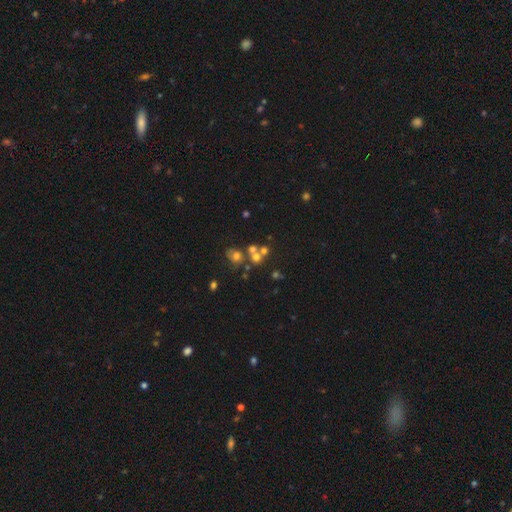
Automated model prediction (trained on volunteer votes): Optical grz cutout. It shows a smooth galaxy with no disk features (53%) that is round (79%). Merging: none (43%, tied with merger).